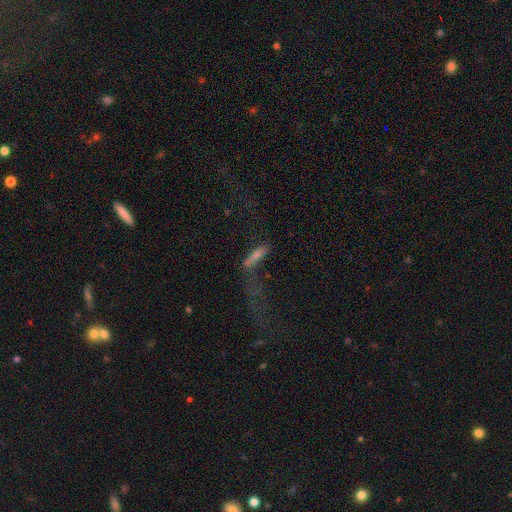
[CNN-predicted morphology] Smooth or featured? smooth (46%)
Merging? major disturbance (40%)